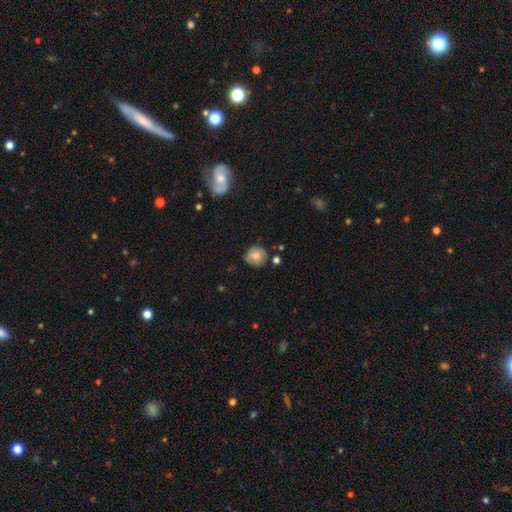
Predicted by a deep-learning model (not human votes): This is likely a smooth galaxy (71%). How rounded: clearly round (85%). Merging: likely none (71%).